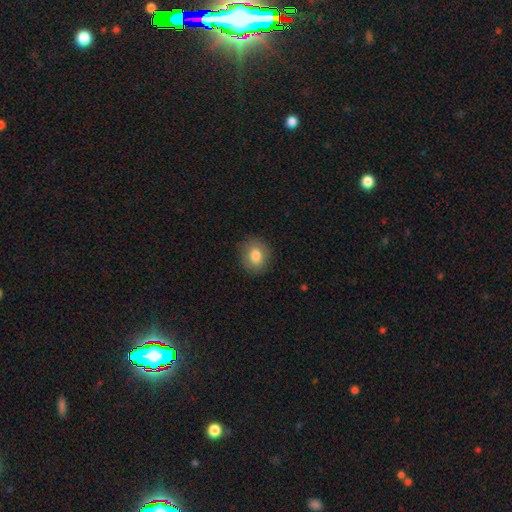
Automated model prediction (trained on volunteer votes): This appears to be a smooth galaxy with no disk features (82%) that is round (68%). Merging: none (87%).